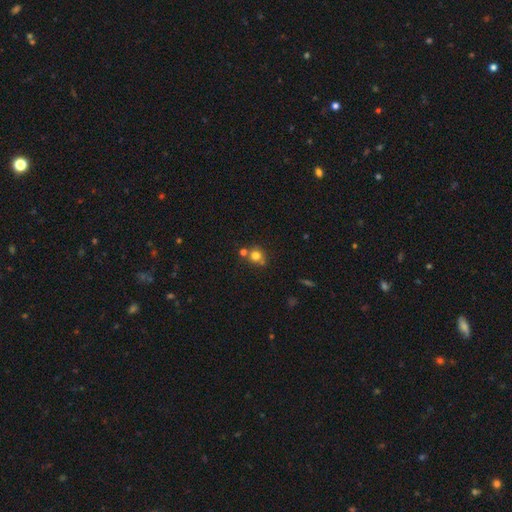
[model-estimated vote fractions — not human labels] A smooth galaxy with no disk features (76%) that is round (86%).

Vote fractions:
- Smooth or featured? smooth: 76% / star or artifact: 15% / featured or disk: 10%
- How rounded? round: 86% / in between: 13% / cigar-shaped: 1%
- Merging? none: 61% / merger: 24% / minor disturbance: 11% / major disturbance: 4%